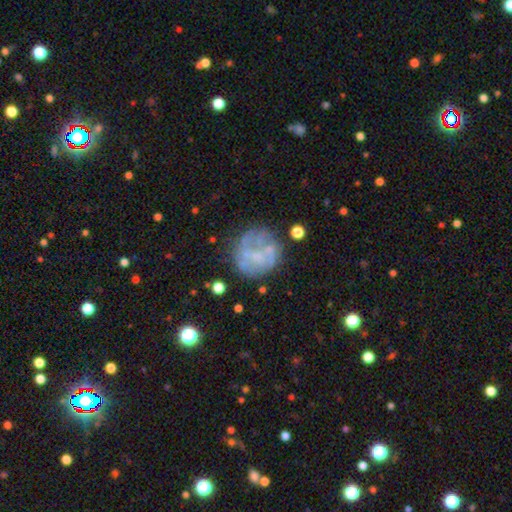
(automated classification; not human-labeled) Smooth or featured?
  - featured or disk: 59% *
  - smooth: 30%
  - star or artifact: 11%
Edge-on disk?
  - no: 98% *
  - yes: 2%
Bar?
  - no: 80% *
  - weak: 16%
  - strong: 5%
Spiral arms?
  - no: 72% *
  - yes: 28%
Bulge size?
  - none: 65% *
  - small: 19%
  - moderate: 13%
  - large: 2%
  - dominant: 1%
Merging?
  - none: 61% *
  - minor disturbance: 18%
  - major disturbance: 16%
  - merger: 5%